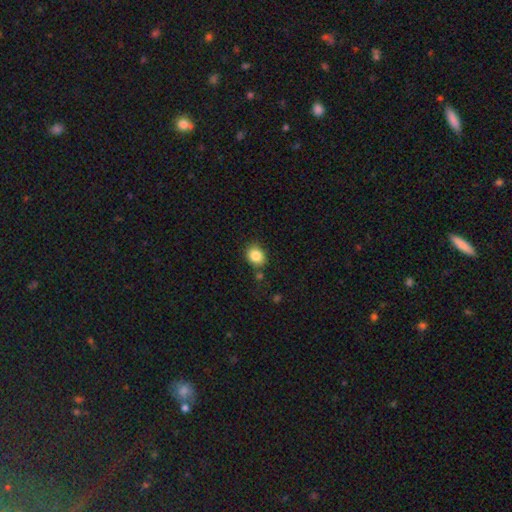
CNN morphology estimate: Q: Smooth or featured?
A: smooth (85%); runner-up: star or artifact (10%)
Q: How rounded?
A: round (62%); runner-up: in between (37%)
Q: Merging?
A: none (76%); runner-up: minor disturbance (15%)